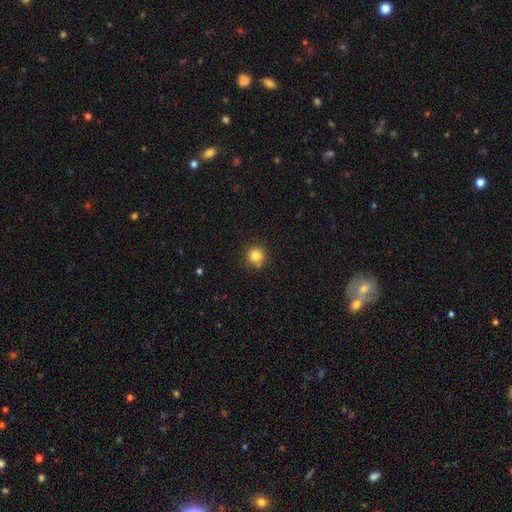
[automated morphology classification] smooth-or-featured: smooth: 83% | star or artifact: 12% | featured or disk: 6%
  how-rounded: round: 94% | in between: 5% | cigar-shaped: 1%
  merging: none: 83% | minor disturbance: 10% | merger: 4% | major disturbance: 2%